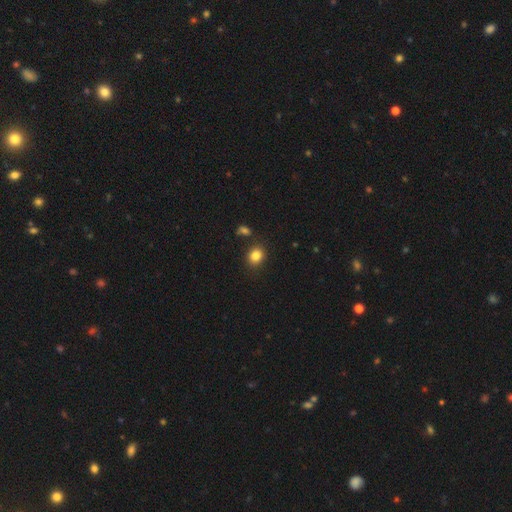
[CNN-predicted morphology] Smooth or featured: smooth — 83% (star or artifact — 11%)
How rounded: round — 59% (in between — 41%)
Merging: none — 82% (minor disturbance — 10%)